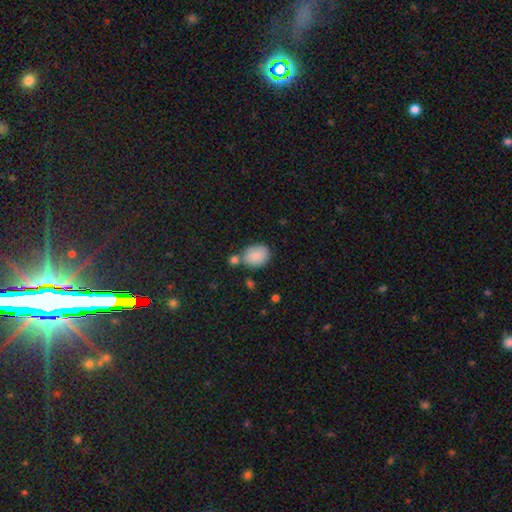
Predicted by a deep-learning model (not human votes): This is clearly a smooth galaxy (85%). How rounded: likely in between (62%). Merging: likely none (62%).